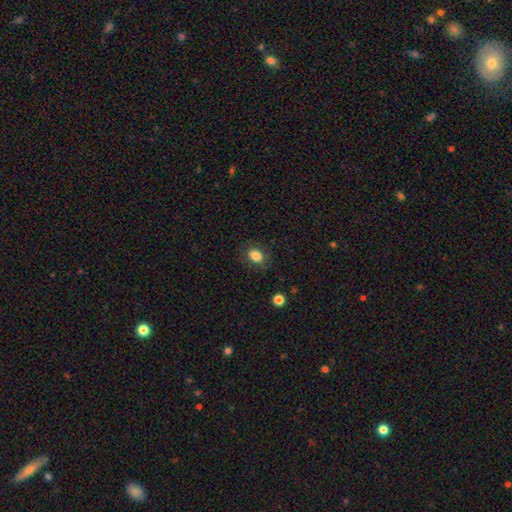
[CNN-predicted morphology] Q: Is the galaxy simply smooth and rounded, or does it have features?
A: smooth — 83%.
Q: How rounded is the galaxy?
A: in between — 54%.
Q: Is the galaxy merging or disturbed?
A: none — 83%.